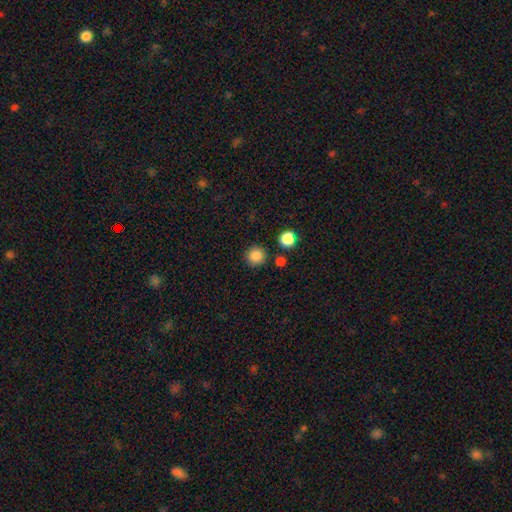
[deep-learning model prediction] This is clearly a smooth galaxy (85%). How rounded: clearly round (95%). Merging: clearly none (87%).